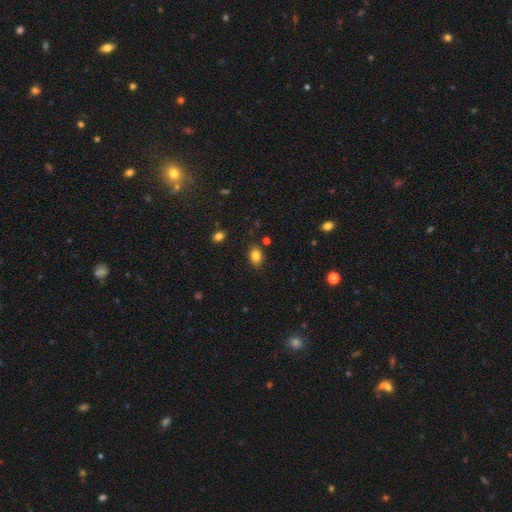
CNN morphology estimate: A smooth galaxy with no disk features (83%) that is in between round and cigar-shaped (71%). Merging: none (83%).